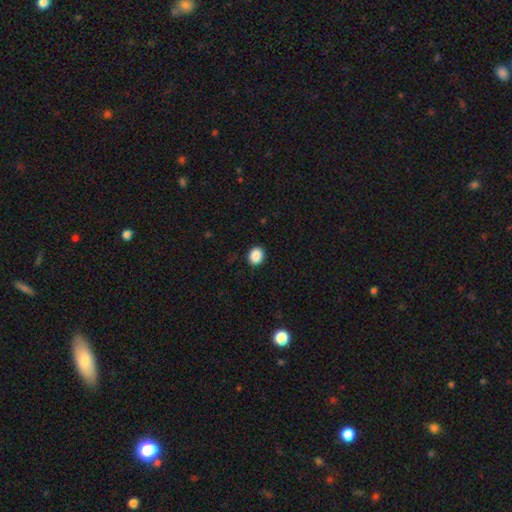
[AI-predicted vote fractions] Q: Smooth or featured?
A: smooth (89%); runner-up: star or artifact (9%)
Q: How rounded?
A: round (70%); runner-up: in between (29%)
Q: Merging?
A: none (90%); runner-up: minor disturbance (7%)